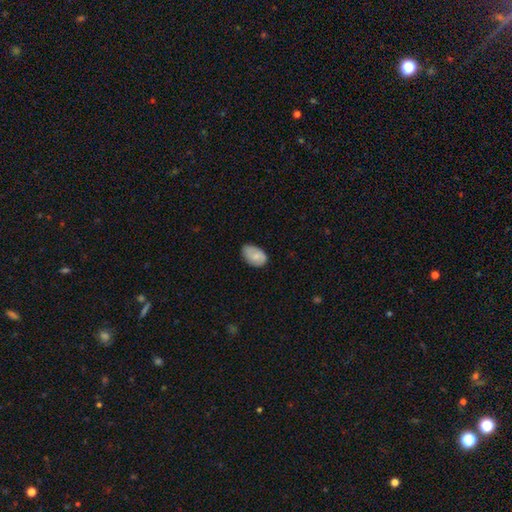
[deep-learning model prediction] The model was most divided on "merging": none: 68%, minor disturbance: 27%, major disturbance: 4%, merger: 1%. More confident: how rounded — in between (89%); smooth or featured — smooth (74%).